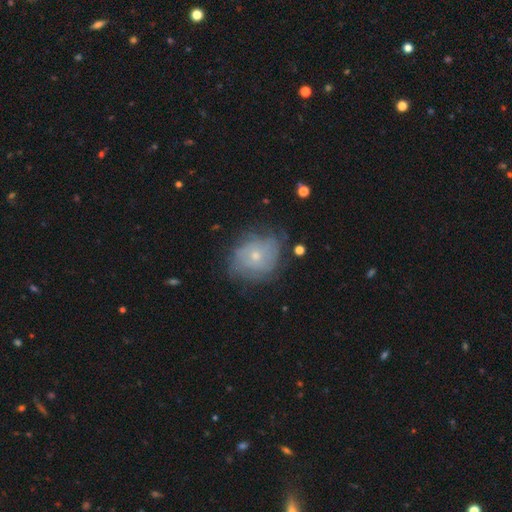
Smooth or featured?
  - featured or disk: 58% *
  - smooth: 39%
  - star or artifact: 3%
Edge-on disk?
  - no: 95% *
  - yes: 5%
Bar?
  - no: 100% *
  - strong: 0%
  - weak: 0%
Spiral arms?
  - yes: 62% *
  - no: 38%
Spiral winding?
  - tight: 62% *
  - medium: 31%
  - loose: 8%
Spiral arm count?
  - can't tell: 92% *
  - 4: 8%
  - 1: 0%
  - 2: 0%
  - 3: 0%
  - more than 4: 0%
Bulge size?
  - moderate: 57% *
  - small: 38%
  - large: 5%
  - dominant: 0%
  - none: 0%
Merging?
  - none: 46% *
  - minor disturbance: 32%
  - major disturbance: 19%
  - merger: 3%